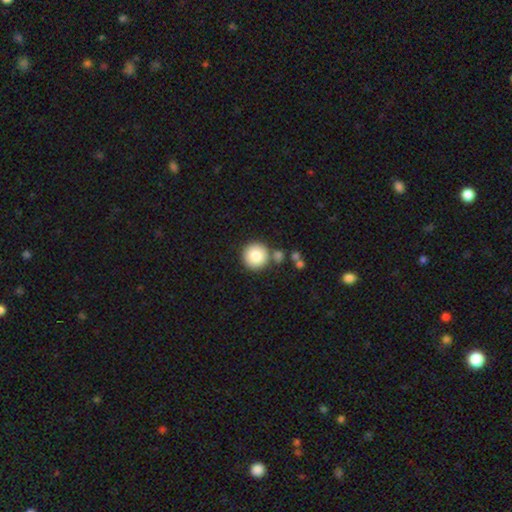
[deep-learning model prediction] smooth_or_featured: smooth (p=0.84) [alt: star or artifact p=0.09]
how_rounded: round (p=0.95) [alt: in between p=0.04]
merging: none (p=0.79) [alt: merger p=0.10]